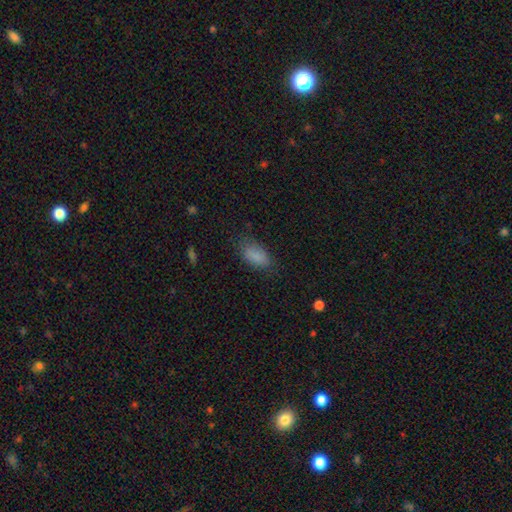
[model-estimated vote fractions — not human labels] This is clearly a smooth galaxy (86%). How rounded: clearly in between (91%). Merging: likely none (75%).